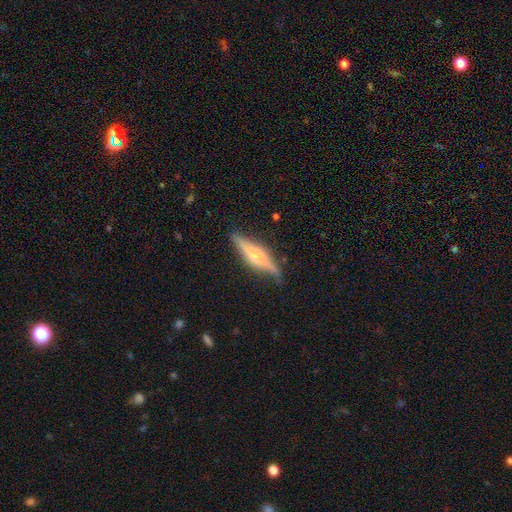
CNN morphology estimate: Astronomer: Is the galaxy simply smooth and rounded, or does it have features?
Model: featured or disk — 71%.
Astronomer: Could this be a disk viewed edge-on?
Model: yes — 94%.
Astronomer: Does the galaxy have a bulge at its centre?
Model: rounded — 81%.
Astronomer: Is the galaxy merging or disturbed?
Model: none — 80%.